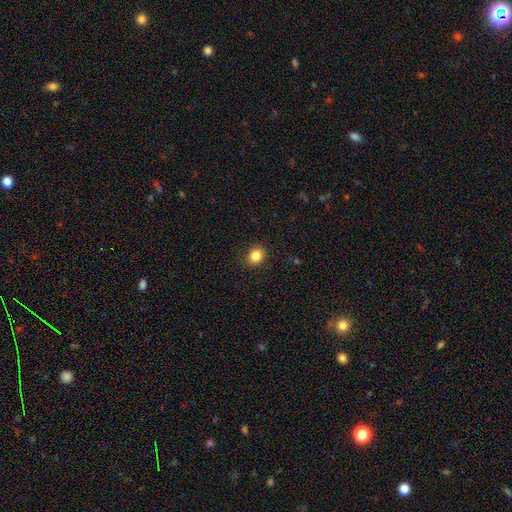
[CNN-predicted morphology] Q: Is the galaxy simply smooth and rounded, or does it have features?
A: smooth — 85%.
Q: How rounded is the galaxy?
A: round — 65%.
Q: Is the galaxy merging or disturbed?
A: none — 89%.